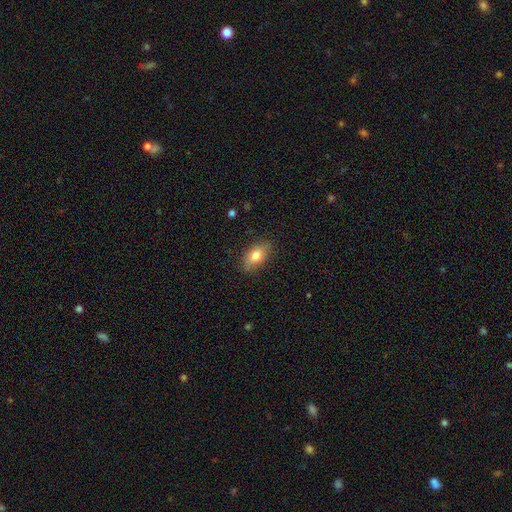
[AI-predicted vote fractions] Smooth or featured? smooth (77%)
How rounded? in between (87%)
Merging? none (81%)